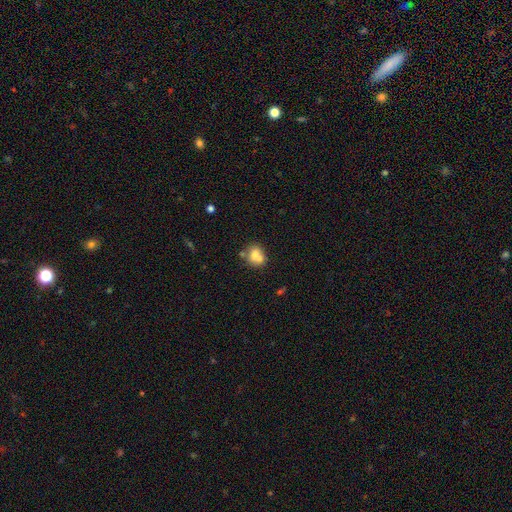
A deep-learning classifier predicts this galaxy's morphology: Smooth or featured?
  - smooth: 69% *
  - featured or disk: 20%
  - star or artifact: 10%
How rounded?
  - round: 69% *
  - in between: 29%
  - cigar-shaped: 1%
Merging?
  - none: 45% *
  - merger: 39%
  - minor disturbance: 12%
  - major disturbance: 4%